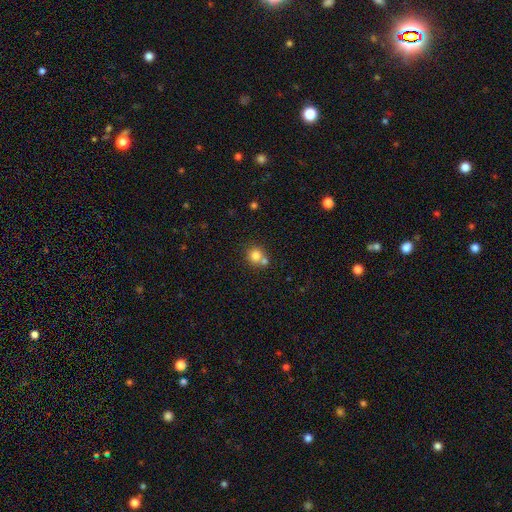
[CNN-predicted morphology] Q: Smooth or featured?
A: smooth (79%); runner-up: star or artifact (11%)
Q: How rounded?
A: round (88%); runner-up: in between (11%)
Q: Merging?
A: none (54%); runner-up: merger (35%)